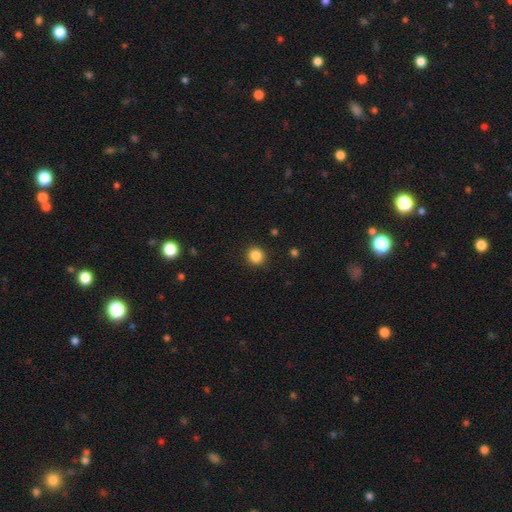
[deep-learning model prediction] This appears to be a smooth galaxy with no disk features (86%) that is round (92%). Merging: none (92%).